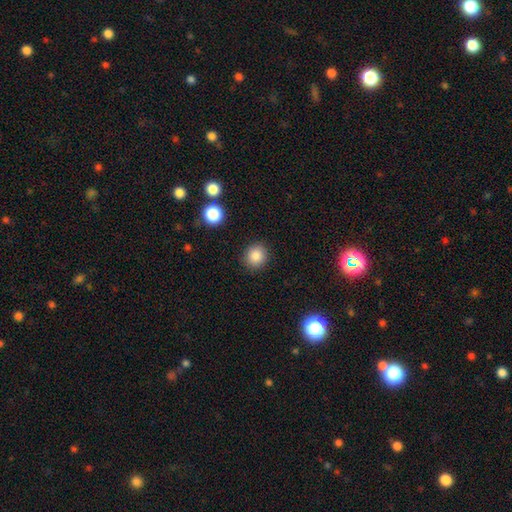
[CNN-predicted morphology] Smooth or featured: smooth — 86% (star or artifact — 10%)
How rounded: round — 87% (in between — 12%)
Merging: none — 89% (minor disturbance — 7%)